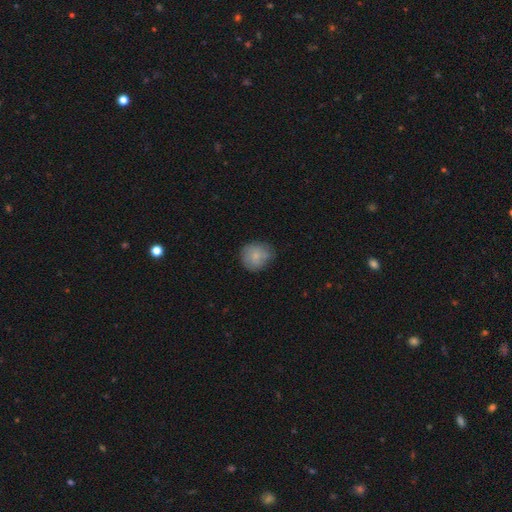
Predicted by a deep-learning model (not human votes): Q: Smooth or featured?
A: smooth (76%); runner-up: featured or disk (16%)
Q: How rounded?
A: round (82%); runner-up: in between (17%)
Q: Merging?
A: none (65%); runner-up: minor disturbance (25%)